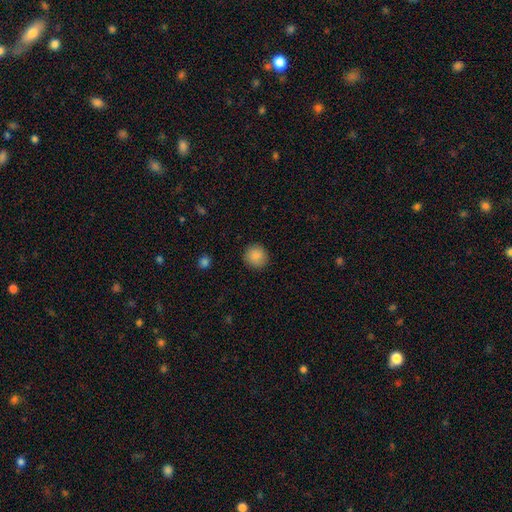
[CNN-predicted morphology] Smooth or featured?
  - smooth: 87% *
  - star or artifact: 9%
  - featured or disk: 4%
How rounded?
  - round: 92% *
  - in between: 7%
  - cigar-shaped: 1%
Merging?
  - none: 90% *
  - minor disturbance: 6%
  - major disturbance: 2%
  - merger: 1%